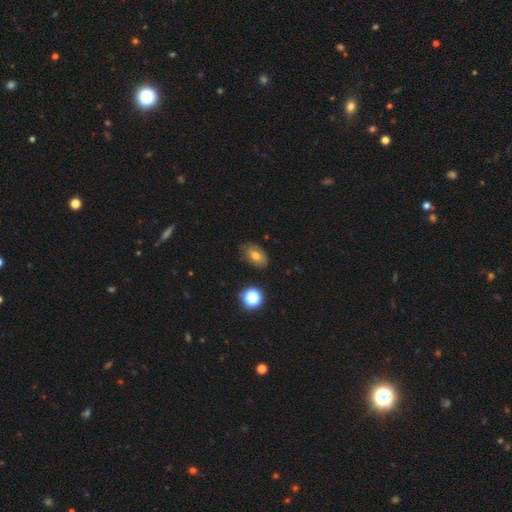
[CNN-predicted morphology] smooth_or_featured: smooth (p=0.64) [alt: featured or disk p=0.22]
how_rounded: in between (p=0.83) [alt: round p=0.15]
merging: none (p=0.76) [alt: minor disturbance p=0.18]